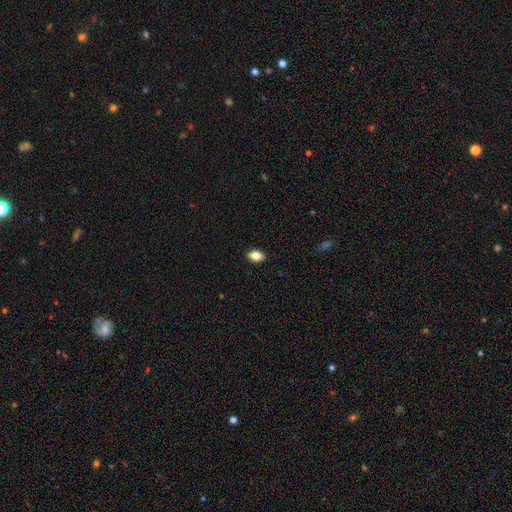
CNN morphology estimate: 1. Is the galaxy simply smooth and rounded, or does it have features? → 82% smooth, 10% featured or disk, 8% star or artifact.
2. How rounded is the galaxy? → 88% in between, 9% round, 3% cigar-shaped.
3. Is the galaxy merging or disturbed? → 89% none, 8% minor disturbance, 2% major disturbance, 1% merger.